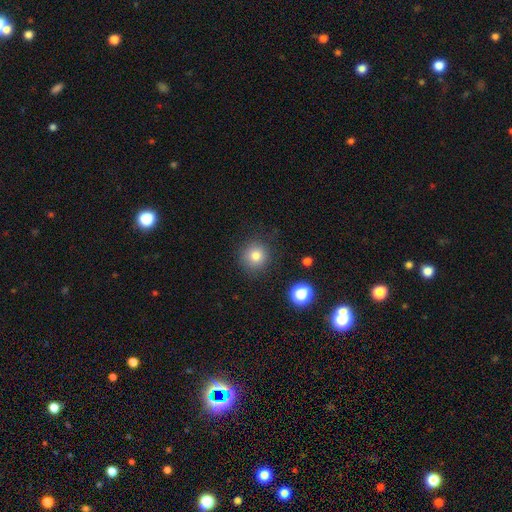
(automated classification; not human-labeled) Smooth or featured? Predicted: smooth (p=0.81). How rounded? Predicted: round (p=0.92). Merging? Predicted: none (p=0.87).